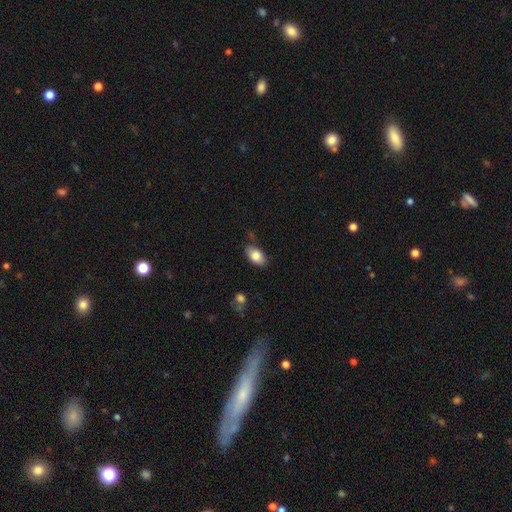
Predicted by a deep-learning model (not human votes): Smooth or featured? Predicted: smooth (p=0.83). How rounded? Predicted: in between (p=0.92). Merging? Predicted: none (p=0.78).